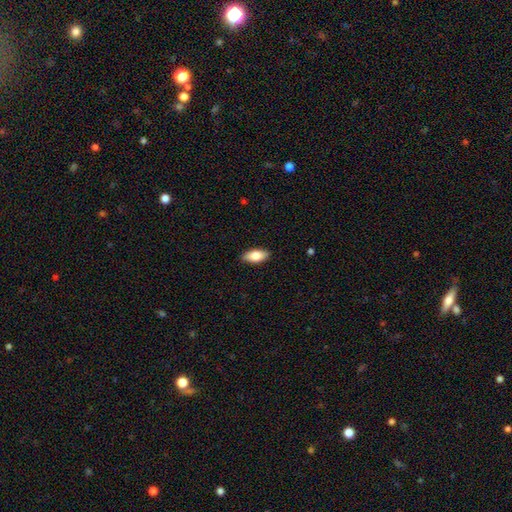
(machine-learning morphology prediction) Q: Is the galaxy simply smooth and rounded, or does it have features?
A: smooth — 81%.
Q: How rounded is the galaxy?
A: in between — 90%.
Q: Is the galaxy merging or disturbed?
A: none — 89%.